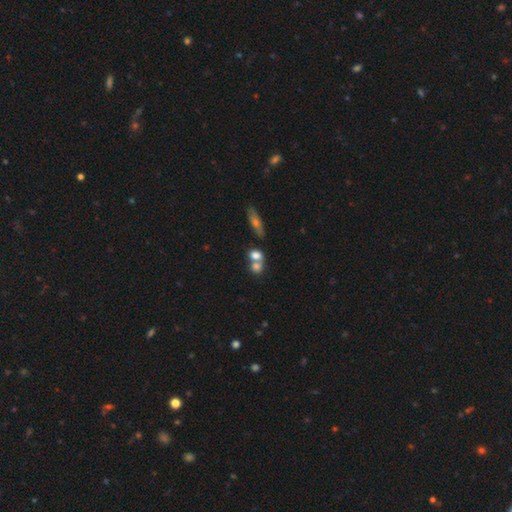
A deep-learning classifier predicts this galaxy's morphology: Smooth or featured? Predicted: smooth (p=0.73). How rounded? Predicted: round (p=0.56). Merging? Predicted: merger (p=0.53).